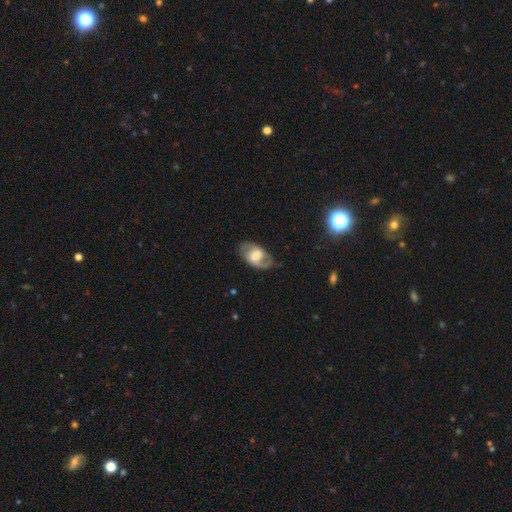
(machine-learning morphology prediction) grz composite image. It shows a featured or disk galaxy (73%) with a weak bar (48%), 2 (88%) medium (51%) spiral arms (87%) and a moderate central bulge (46%). Merging: none (79%).